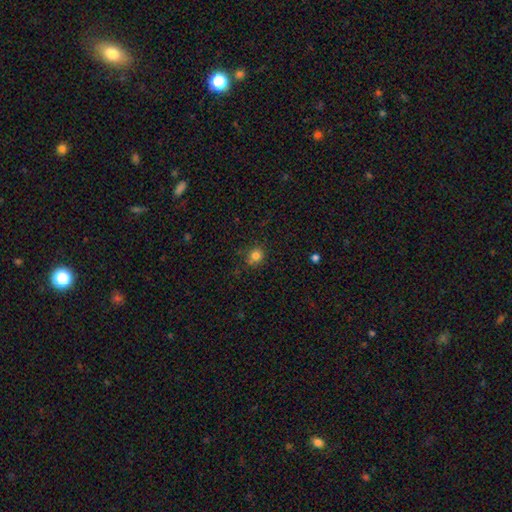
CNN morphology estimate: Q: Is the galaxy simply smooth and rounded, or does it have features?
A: smooth — 80%.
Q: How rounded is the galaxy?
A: round — 85%.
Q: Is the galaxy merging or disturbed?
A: none — 78%.